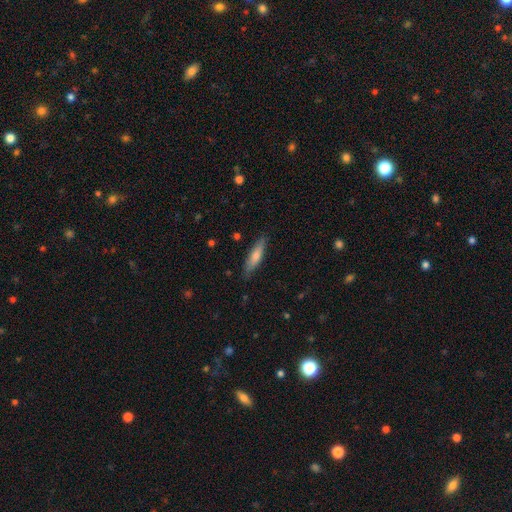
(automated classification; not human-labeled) smooth-or-featured: smooth: 63% | featured or disk: 31% | star or artifact: 6%
  how-rounded: cigar-shaped: 76% | in between: 22% | round: 2%
  merging: none: 84% | minor disturbance: 13% | major disturbance: 2% | merger: 1%